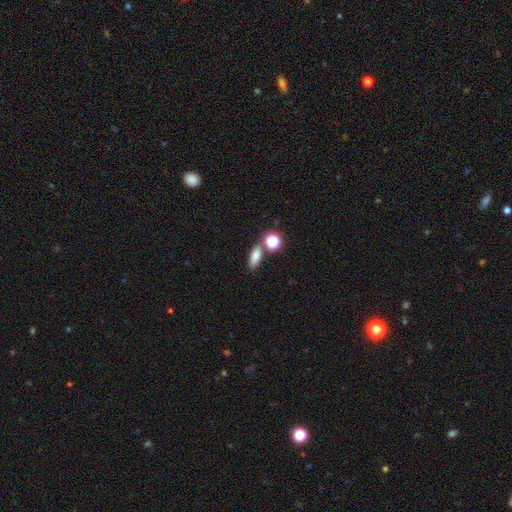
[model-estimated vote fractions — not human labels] This appears to be a smooth galaxy with no disk features (76%) that is in between round and cigar-shaped (67%). Merging: none (71%).